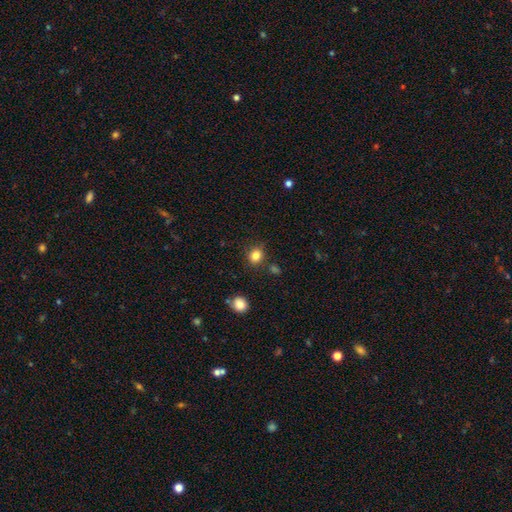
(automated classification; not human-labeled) Overall: smooth (84%). How rounded: round (73%). Merging: none (81%).